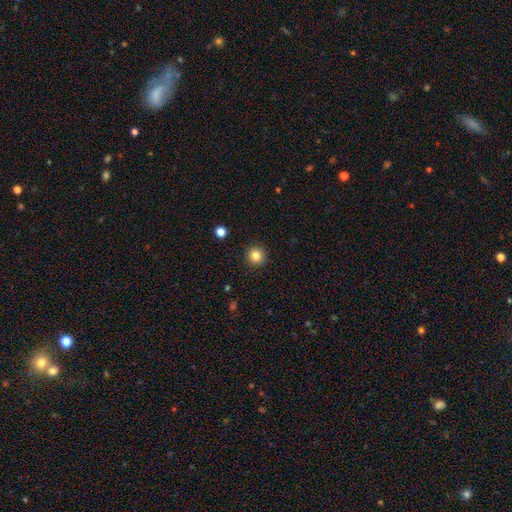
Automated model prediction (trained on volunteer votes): Q: Smooth or featured?
A: smooth (84%); runner-up: star or artifact (11%)
Q: How rounded?
A: round (95%); runner-up: in between (4%)
Q: Merging?
A: none (93%); runner-up: minor disturbance (5%)